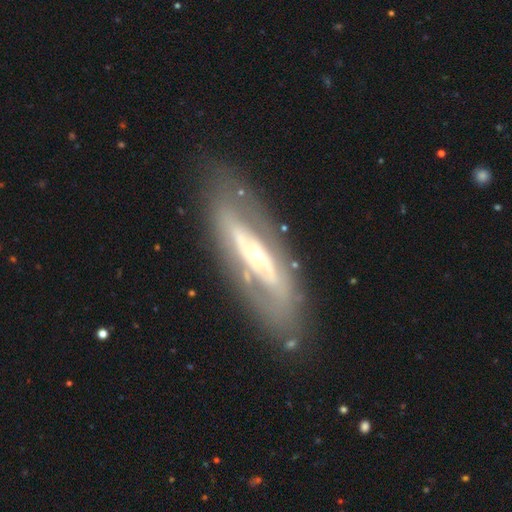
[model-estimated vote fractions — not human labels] This appears to be a featured or disk galaxy (75%) with no bar (49%), no spiral arms (59%) and a small central bulge (51%). Merging: none (78%).